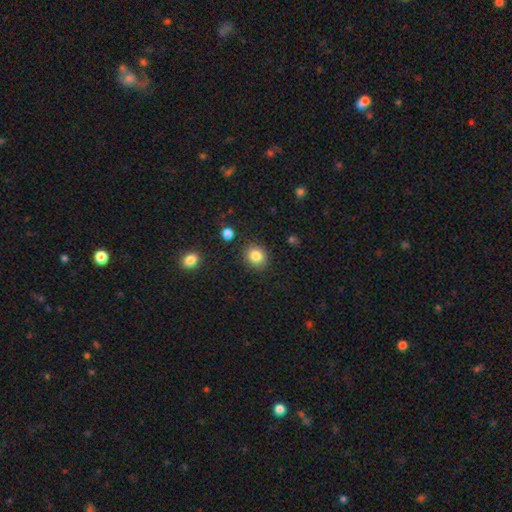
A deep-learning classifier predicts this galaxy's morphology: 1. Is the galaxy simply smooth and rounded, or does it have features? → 84% smooth, 10% star or artifact, 6% featured or disk.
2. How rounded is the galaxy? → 74% round, 25% in between, 1% cigar-shaped.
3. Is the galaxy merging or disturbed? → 88% none, 8% minor disturbance, 2% major disturbance, 2% merger.